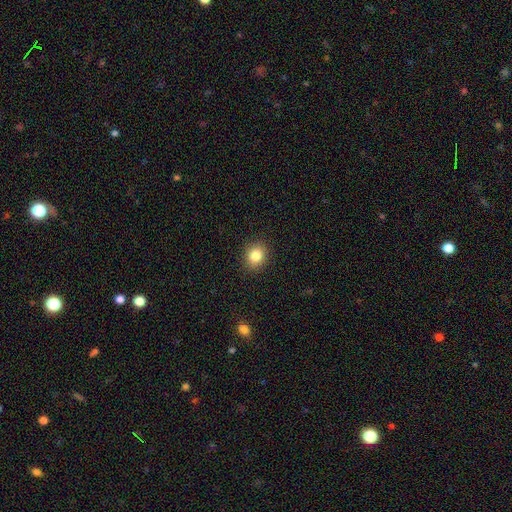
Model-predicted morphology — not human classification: smooth 83%, star or artifact 11%, featured or disk 6%. Down the decision tree: how rounded — round (70%); merging — none (90%).